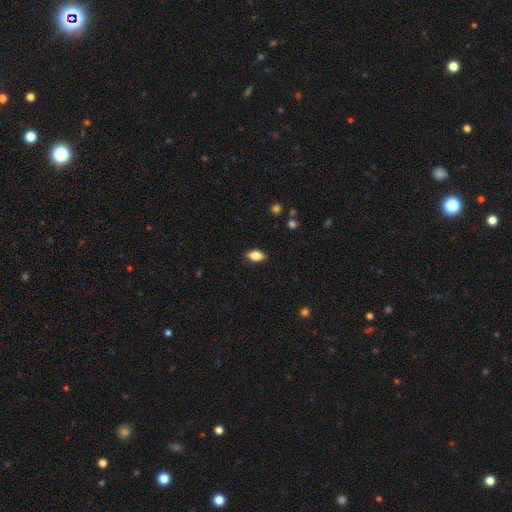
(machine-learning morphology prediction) A smooth galaxy with no disk features (79%) that is in between round and cigar-shaped (89%).

Vote fractions:
- Smooth or featured? smooth: 79% / featured or disk: 13% / star or artifact: 8%
- How rounded? in between: 89% / cigar-shaped: 6% / round: 5%
- Merging? none: 87% / minor disturbance: 10% / major disturbance: 2% / merger: 1%